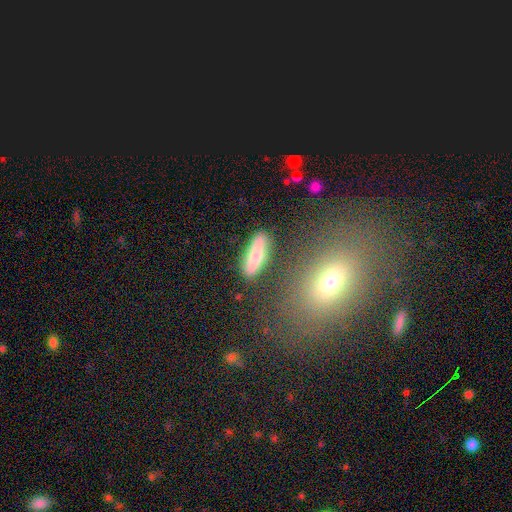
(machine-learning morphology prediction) smooth-or-featured: smooth: 69% | featured or disk: 24% | star or artifact: 7%
  how-rounded: cigar-shaped: 60% | in between: 37% | round: 3%
  merging: none: 81% | minor disturbance: 12% | merger: 3% | major disturbance: 3%